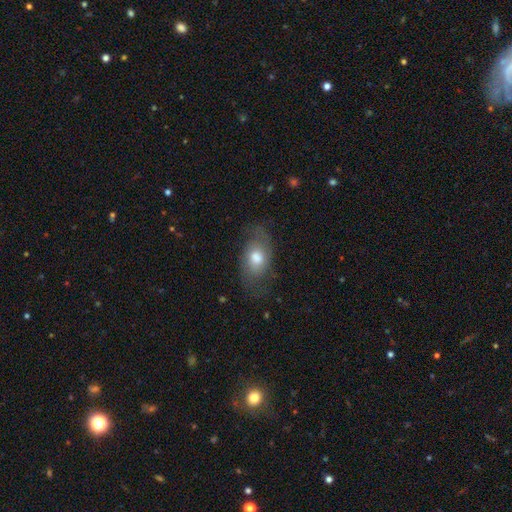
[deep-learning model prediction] Smooth or featured: smooth — 52% (featured or disk — 39%)
How rounded: in between — 85% (round — 13%)
Merging: none — 69% (minor disturbance — 20%)